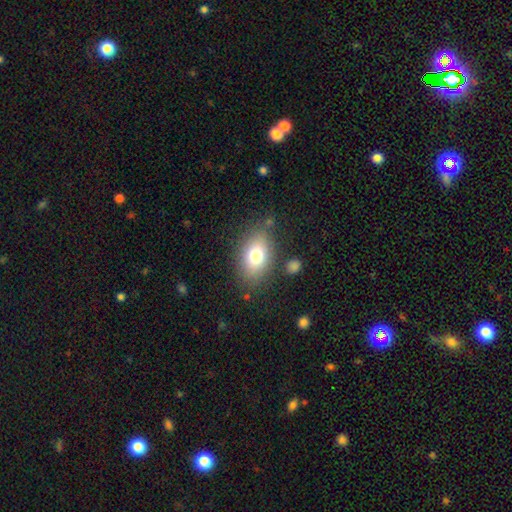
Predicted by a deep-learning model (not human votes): A smooth galaxy with no disk features (76%) that is in between round and cigar-shaped (84%).

Vote fractions:
- Smooth or featured? smooth: 76% / featured or disk: 15% / star or artifact: 9%
- How rounded? in between: 84% / round: 14% / cigar-shaped: 2%
- Merging? none: 78% / minor disturbance: 13% / major disturbance: 5% / merger: 3%